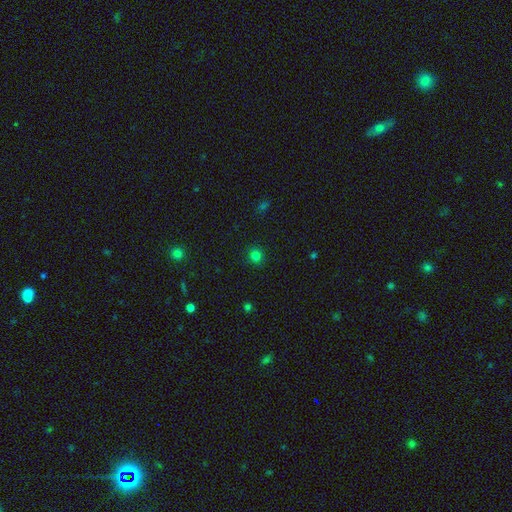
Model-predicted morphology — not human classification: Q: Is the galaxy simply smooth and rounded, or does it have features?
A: smooth — 78%.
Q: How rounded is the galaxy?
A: round — 88%.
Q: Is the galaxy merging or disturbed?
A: none — 90%.